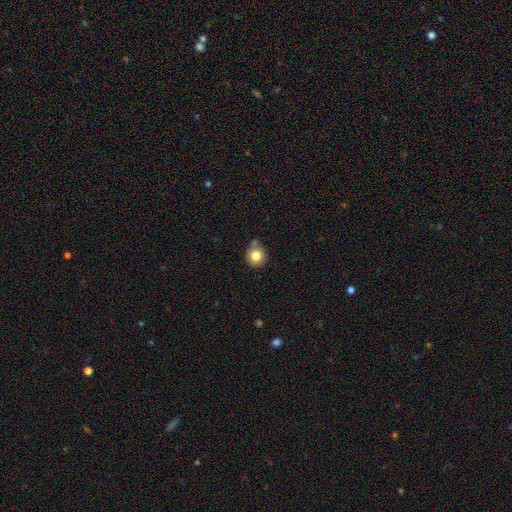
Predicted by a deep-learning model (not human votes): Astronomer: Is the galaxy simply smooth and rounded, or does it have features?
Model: smooth — 81%.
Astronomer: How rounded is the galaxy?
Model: round — 90%.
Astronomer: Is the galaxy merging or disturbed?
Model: none — 73%.